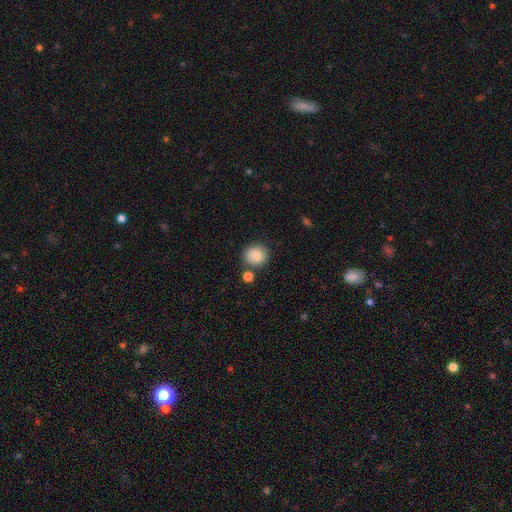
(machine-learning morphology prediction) A smooth galaxy with no disk features (84%) that is round (87%).

Vote fractions:
- Smooth or featured? smooth: 84% / star or artifact: 9% / featured or disk: 7%
- How rounded? round: 87% / in between: 12% / cigar-shaped: 1%
- Merging? none: 79% / minor disturbance: 10% / merger: 9% / major disturbance: 3%